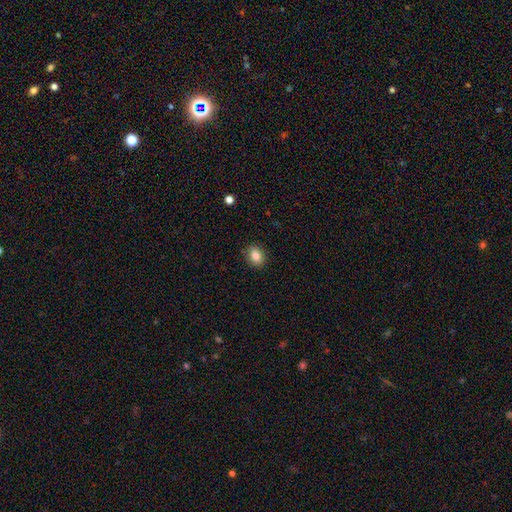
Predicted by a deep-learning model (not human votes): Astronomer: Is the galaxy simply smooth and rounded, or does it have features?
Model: smooth — 84%.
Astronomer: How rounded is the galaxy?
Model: in between — 52% (runner-up: round, 47%).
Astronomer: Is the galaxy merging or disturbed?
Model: none — 89%.